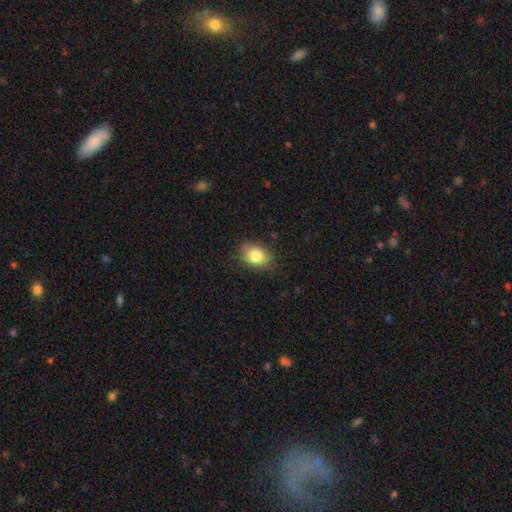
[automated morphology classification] A smooth galaxy with no disk features (83%) that is in between round and cigar-shaped (70%).

Vote fractions:
- Smooth or featured? smooth: 83% / star or artifact: 9% / featured or disk: 8%
- How rounded? in between: 70% / round: 29% / cigar-shaped: 1%
- Merging? none: 82% / minor disturbance: 14% / major disturbance: 3% / merger: 1%